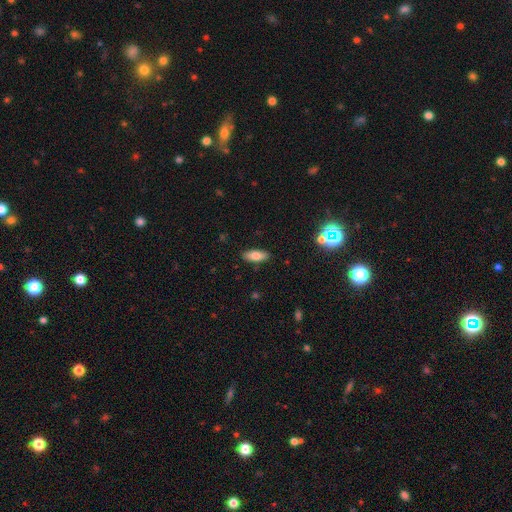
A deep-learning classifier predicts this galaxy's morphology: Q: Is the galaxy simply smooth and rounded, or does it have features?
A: smooth — 76%.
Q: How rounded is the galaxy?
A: in between — 76%.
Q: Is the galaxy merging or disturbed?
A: none — 88%.